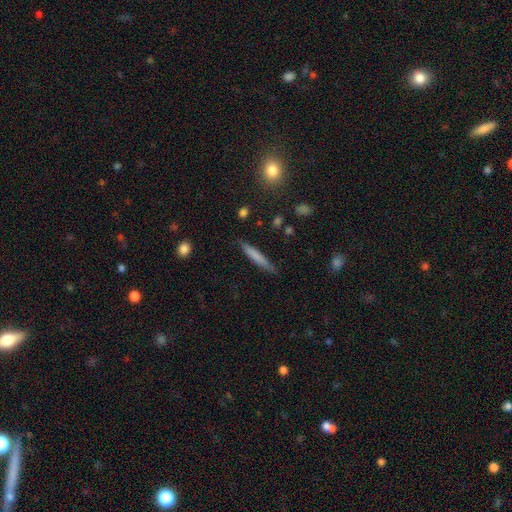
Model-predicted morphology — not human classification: Smooth or featured? smooth (71%)
How rounded? cigar-shaped (94%)
Merging? none (83%)